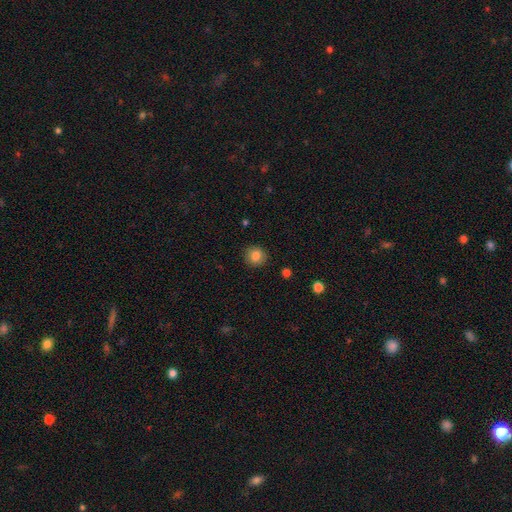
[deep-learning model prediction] Q: Smooth or featured?
A: smooth (84%); runner-up: star or artifact (10%)
Q: How rounded?
A: round (91%); runner-up: in between (8%)
Q: Merging?
A: none (90%); runner-up: minor disturbance (7%)